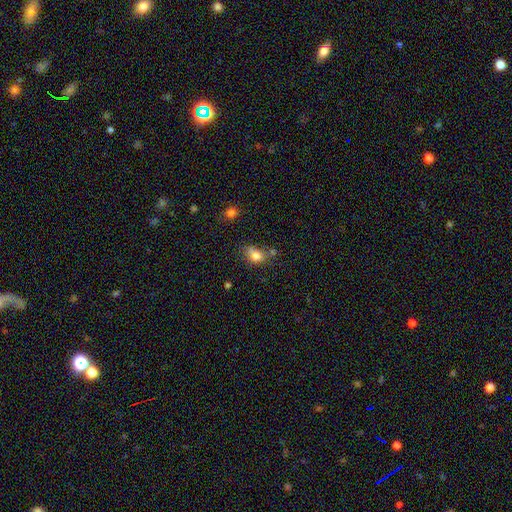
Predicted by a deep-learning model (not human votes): Overall: smooth (78%). How rounded: in between (58%; round 40%). Merging: none (47%; minor disturbance 27%).